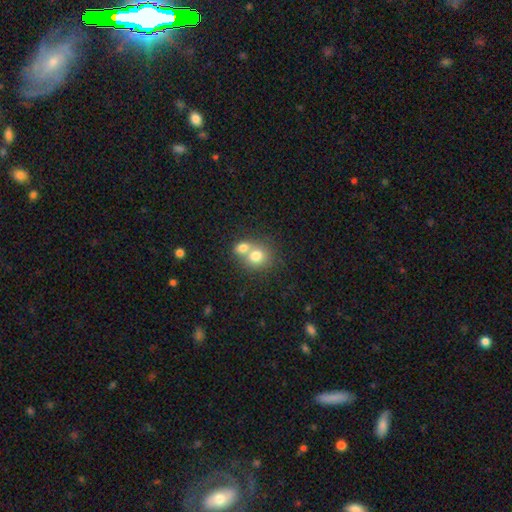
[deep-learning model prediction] Smooth or featured? smooth (74%)
How rounded? round (69%)
Merging? merger (64%)